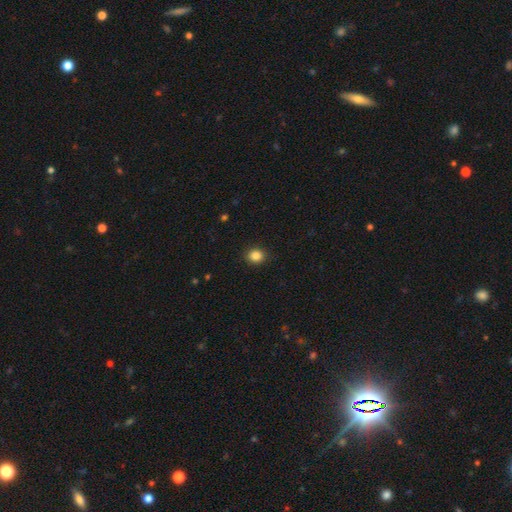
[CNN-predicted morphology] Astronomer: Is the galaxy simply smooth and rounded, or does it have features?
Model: smooth — 85%.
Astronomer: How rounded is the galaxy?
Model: round — 73%.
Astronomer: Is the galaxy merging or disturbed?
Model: none — 90%.